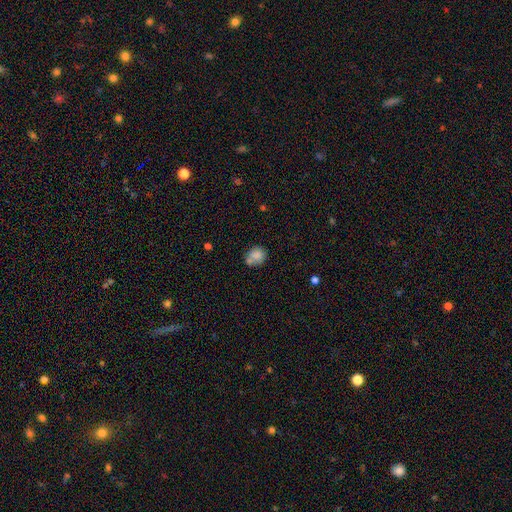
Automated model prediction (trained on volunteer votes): Morphology: type=smooth (79%); roundness=round (67%); merging=none (49%).